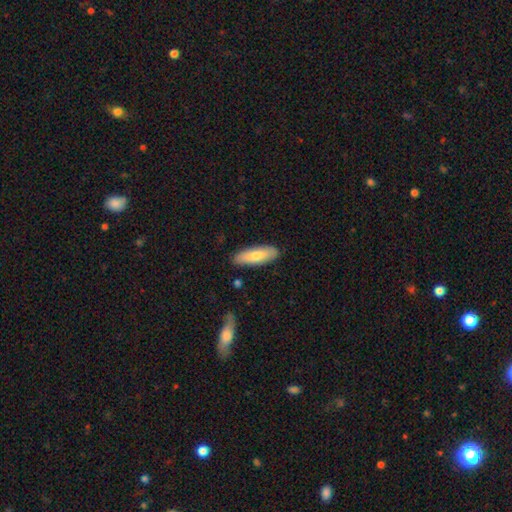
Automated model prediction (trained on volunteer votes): This appears to be a smooth galaxy with no disk features (75%) that is in between round and cigar-shaped (56%). Merging: none (86%).